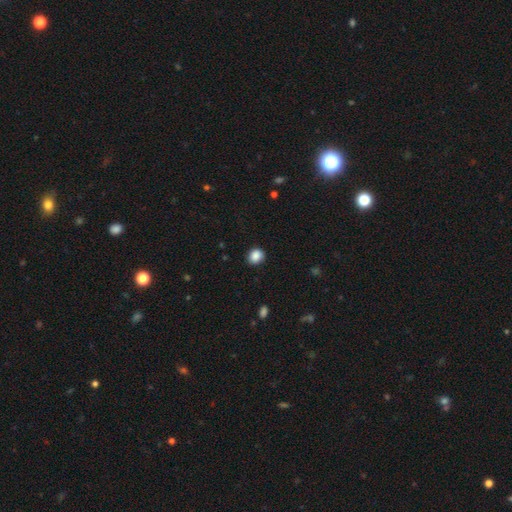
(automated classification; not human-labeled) The model was most divided on "how rounded": round: 70%, in between: 29%, cigar-shaped: 1%. More confident: smooth or featured — smooth (88%); merging — none (85%).